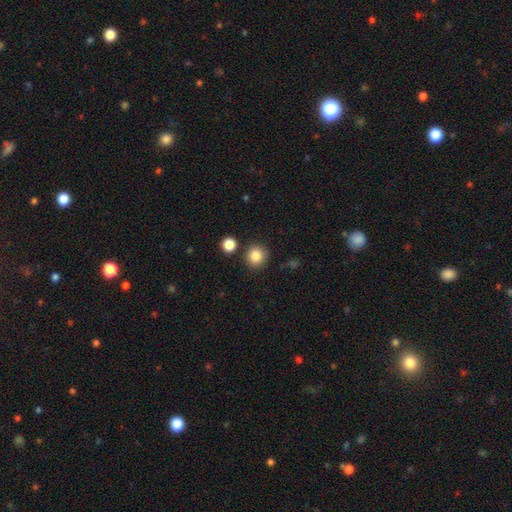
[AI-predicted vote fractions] The model was most divided on "smooth or featured": smooth: 85%, star or artifact: 10%, featured or disk: 5%. More confident: how rounded — round (90%); merging — none (85%).